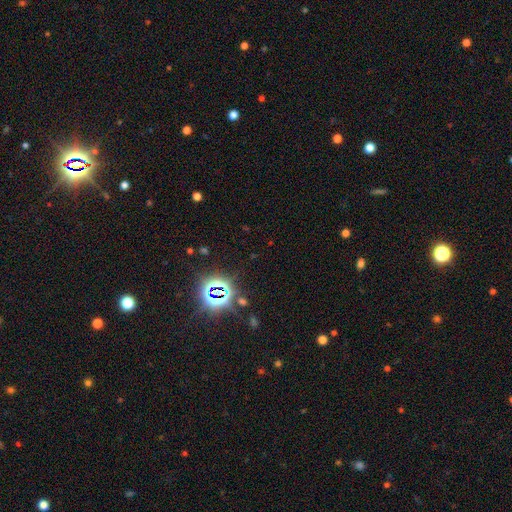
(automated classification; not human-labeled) Morphology: type=star or artifact (79%).